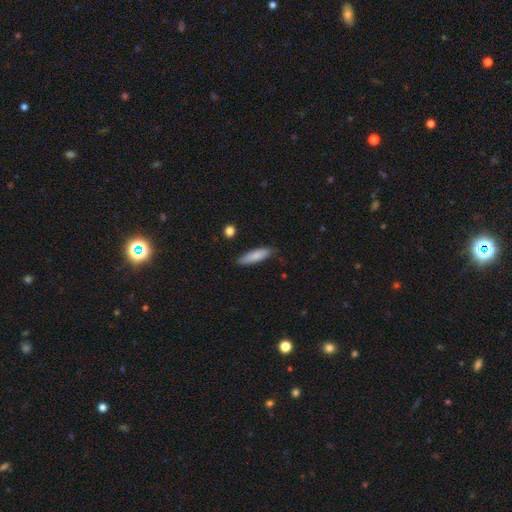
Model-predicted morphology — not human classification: Overall: smooth (81%). How rounded: cigar-shaped (58%; in between 40%). Merging: none (83%).